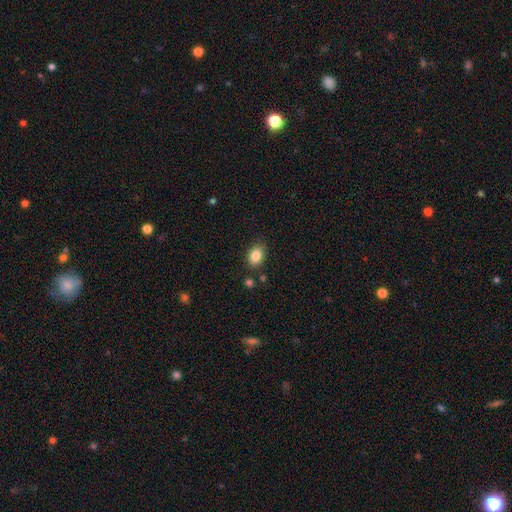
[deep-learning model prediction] Overall: smooth (85%). How rounded: in between (83%). Merging: none (79%).